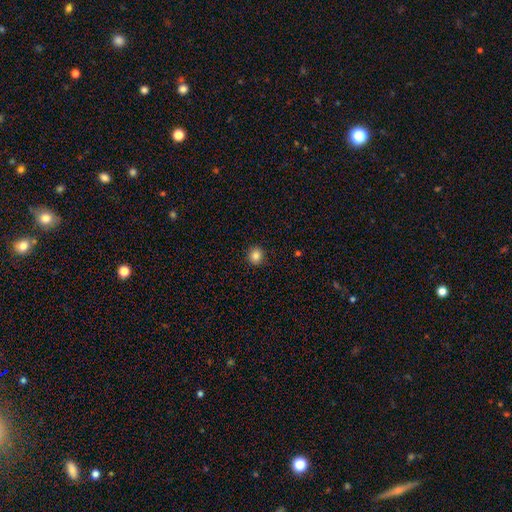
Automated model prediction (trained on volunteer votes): Smooth or featured: smooth — 84% (star or artifact — 11%)
How rounded: round — 88% (in between — 11%)
Merging: none — 90% (minor disturbance — 7%)